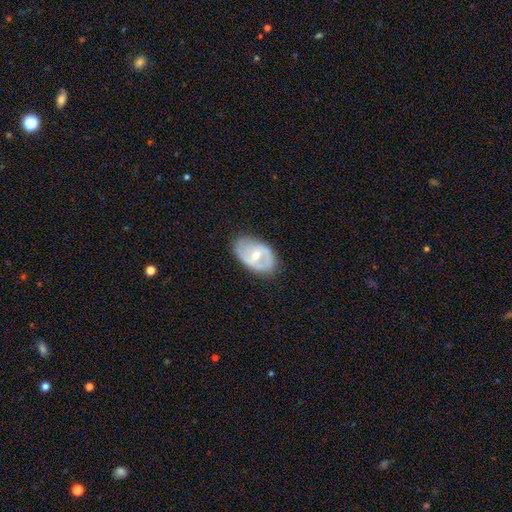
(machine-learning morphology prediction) This appears to be a featured or disk galaxy (68%) with a weak bar (52%), spiral arms (70%) and a moderate central bulge (60%). Merging: none (76%).